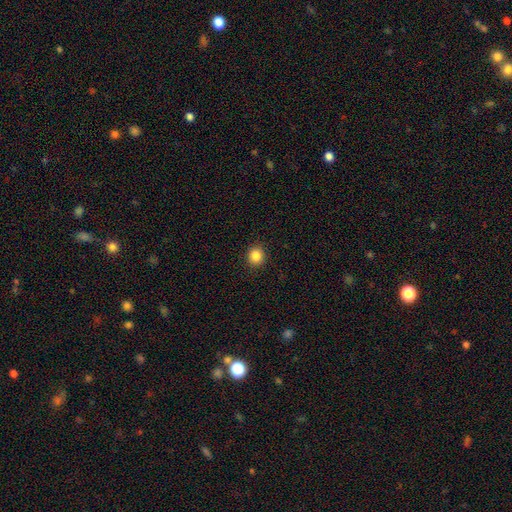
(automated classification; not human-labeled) This is clearly a smooth galaxy (86%). How rounded: clearly round (81%). Merging: clearly none (91%).